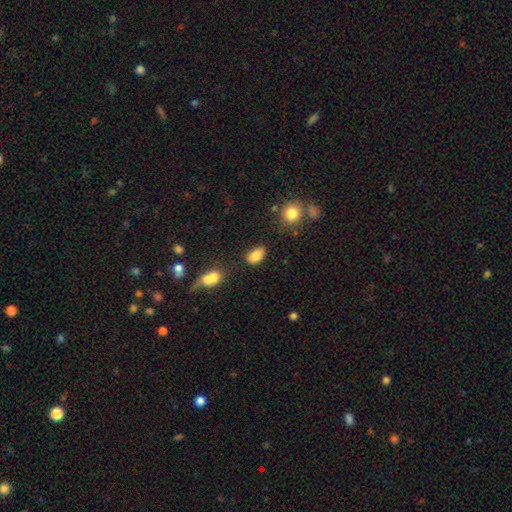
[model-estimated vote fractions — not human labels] A smooth galaxy with no disk features (84%) that is in between round and cigar-shaped (90%). Merging: none (72%).